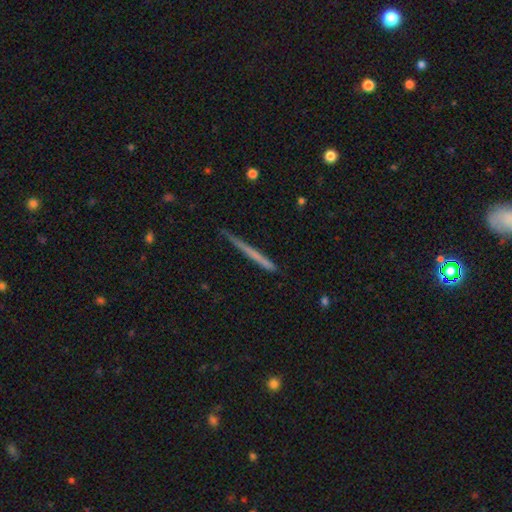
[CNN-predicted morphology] This appears to be a smooth galaxy with no disk features (52%) that is cigar-shaped (97%). Merging: none (84%).